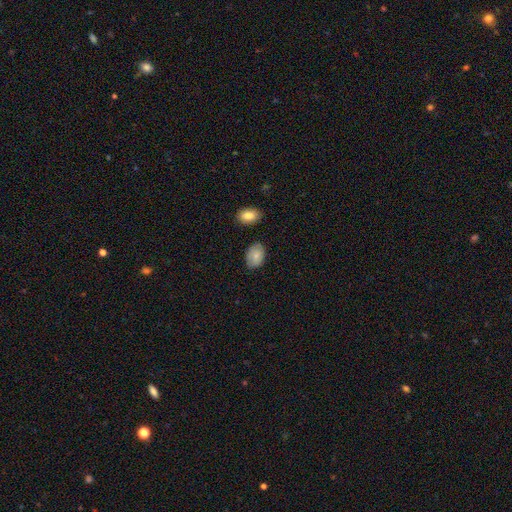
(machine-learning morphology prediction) smooth-or-featured: smooth: 76% | featured or disk: 17% | star or artifact: 7%
  how-rounded: in between: 83% | round: 16% | cigar-shaped: 1%
  merging: none: 75% | minor disturbance: 19% | major disturbance: 3% | merger: 3%